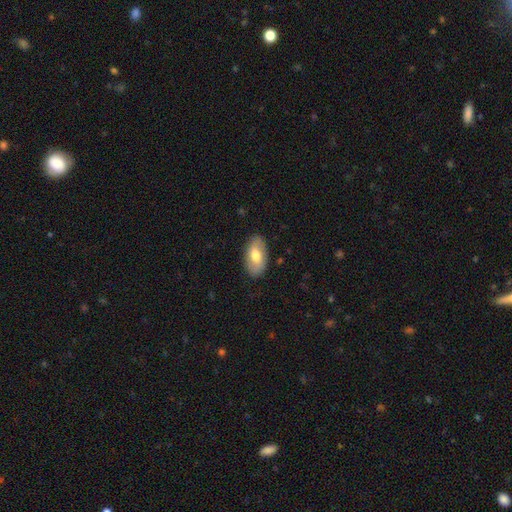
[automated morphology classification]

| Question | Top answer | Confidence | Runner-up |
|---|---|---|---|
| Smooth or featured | smooth | 63% | featured or disk (31%) |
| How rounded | in between | 93% | round (4%) |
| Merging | none | 85% | minor disturbance (11%) |